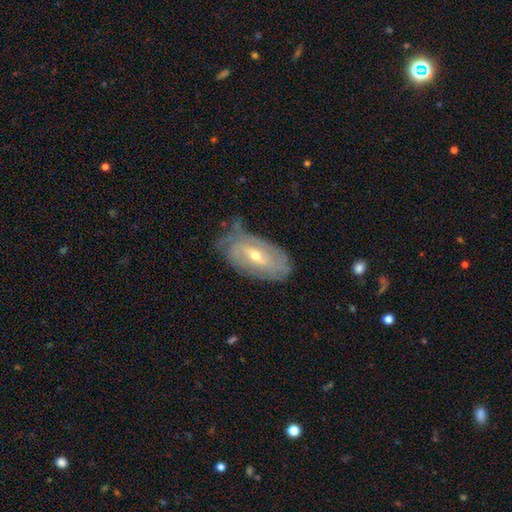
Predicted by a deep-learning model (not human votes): The model was most divided on "bulge size" (2-way tie): moderate: 49%, small: 49%, large: 1%, none: 1%, dominant: 1%. Remaining: edge-on disk — no (90%); spiral arms — yes (77%); smooth or featured — featured or disk (73%); spiral winding — tight (66%); merging — none (61%); spiral arm count — can't tell (52%); bar — weak (47%).